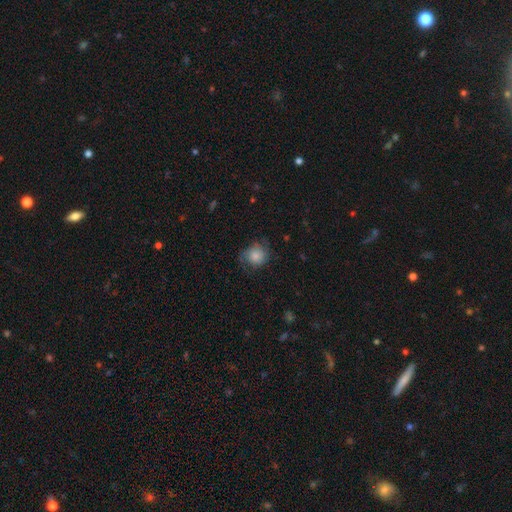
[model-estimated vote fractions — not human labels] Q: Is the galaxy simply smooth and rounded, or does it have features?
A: smooth — 68%.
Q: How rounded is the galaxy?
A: round — 78%.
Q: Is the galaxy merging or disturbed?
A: none — 60%.